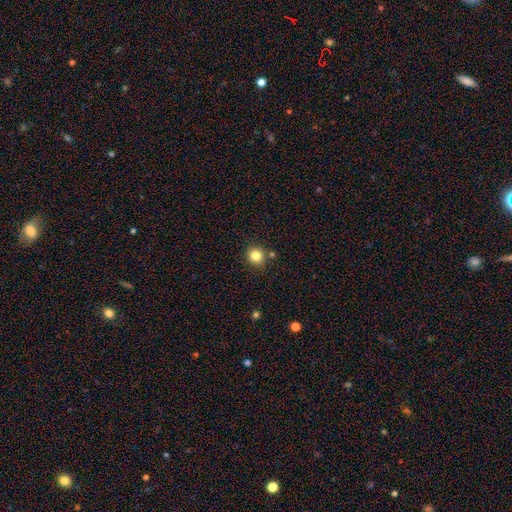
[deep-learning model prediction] The model was most divided on "smooth or featured": smooth: 83%, star or artifact: 12%, featured or disk: 6%. More confident: how rounded — round (88%); merging — none (84%).